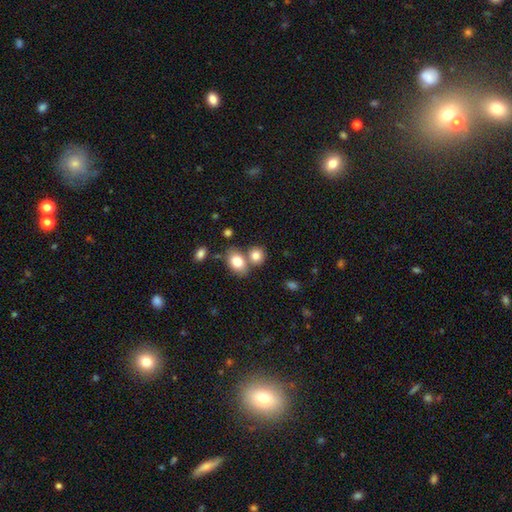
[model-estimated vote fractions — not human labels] This is clearly a smooth galaxy (81%). How rounded: likely round (62%). Merging: possibly none (51%).